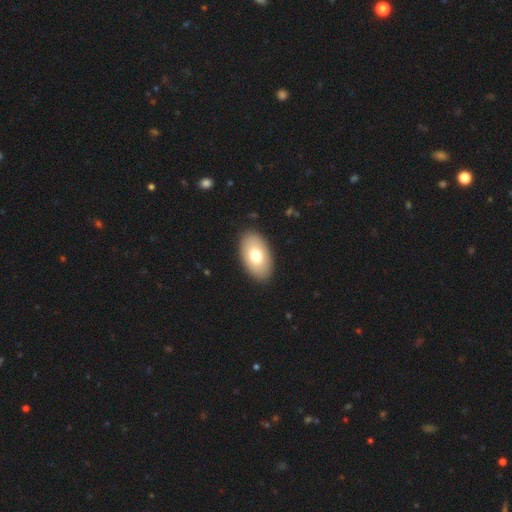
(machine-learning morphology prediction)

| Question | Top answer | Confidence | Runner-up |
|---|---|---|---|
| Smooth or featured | smooth | 72% | featured or disk (22%) |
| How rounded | in between | 94% | round (5%) |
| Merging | none | 89% | minor disturbance (8%) |